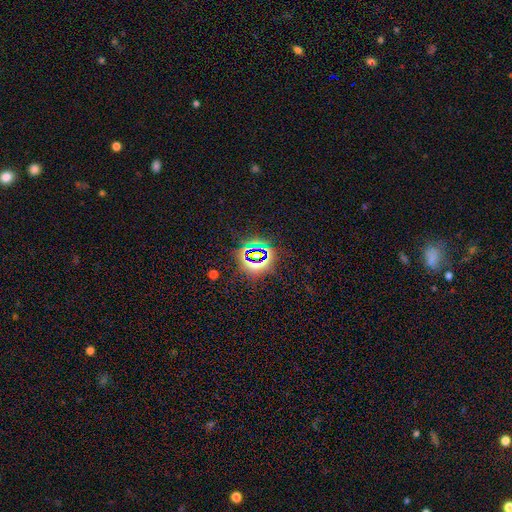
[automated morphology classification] Overall: star or artifact (79%).